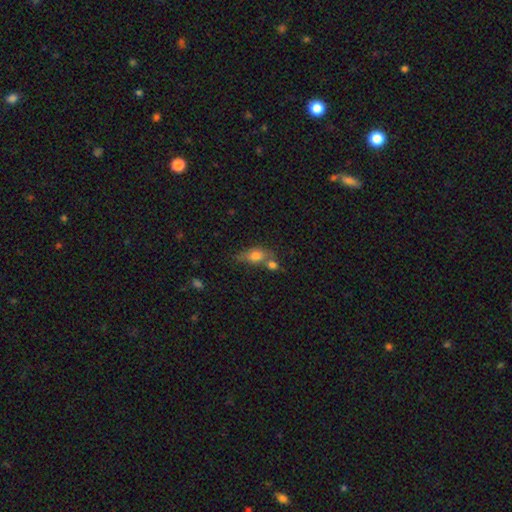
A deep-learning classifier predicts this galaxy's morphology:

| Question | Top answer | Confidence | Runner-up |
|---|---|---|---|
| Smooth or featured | smooth | 73% | featured or disk (17%) |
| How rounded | in between | 73% | round (18%) |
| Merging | none | 39% | merger (36%) |